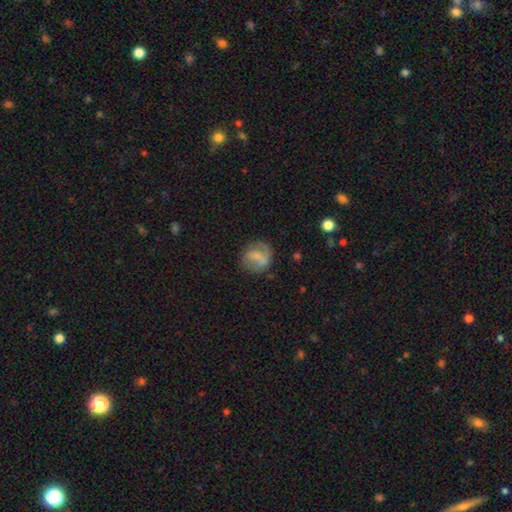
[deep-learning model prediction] Q: Smooth or featured?
A: featured or disk (45%); runner-up: smooth (44%)
Q: Merging?
A: none (69%); runner-up: minor disturbance (19%)